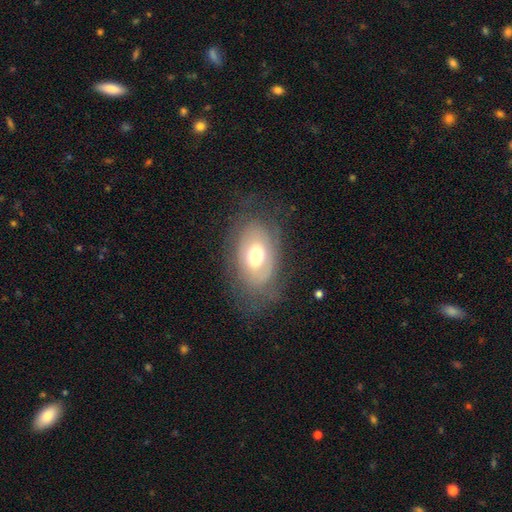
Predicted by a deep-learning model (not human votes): smooth 49%, featured or disk 43%, star or artifact 8%. Down the decision tree: merging — none (68%).